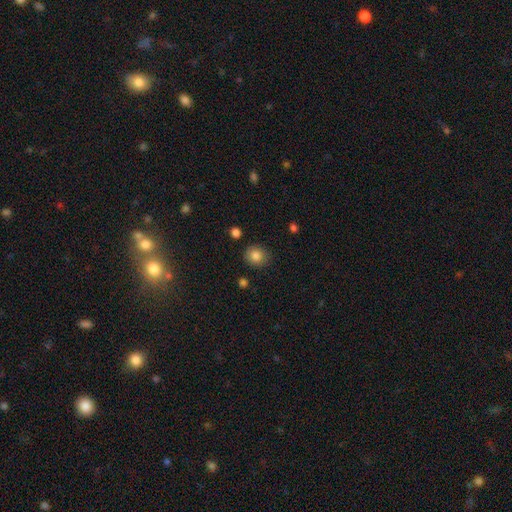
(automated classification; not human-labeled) Smooth or featured? smooth (83%)
How rounded? round (81%)
Merging? none (86%)